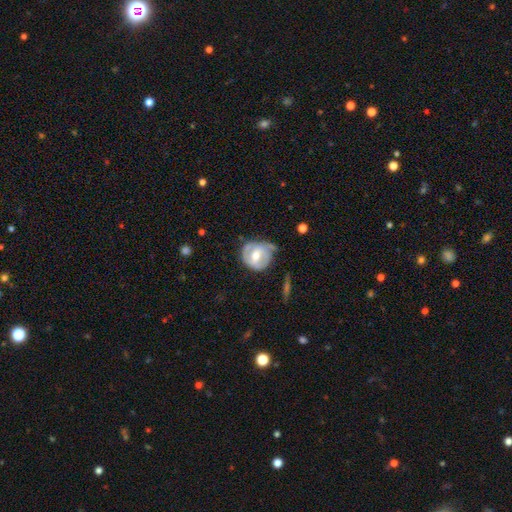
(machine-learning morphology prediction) Smooth or featured?
  - featured or disk: 58% *
  - smooth: 36%
  - star or artifact: 6%
Edge-on disk?
  - no: 96% *
  - yes: 4%
Bar?
  - weak: 45% *
  - no: 36%
  - strong: 19%
Spiral arms?
  - yes: 65% *
  - no: 35%
Bulge size?
  - moderate: 67% *
  - small: 26%
  - large: 4%
  - none: 1%
  - dominant: 1%
Merging?
  - none: 45% *
  - minor disturbance: 34%
  - major disturbance: 16%
  - merger: 4%